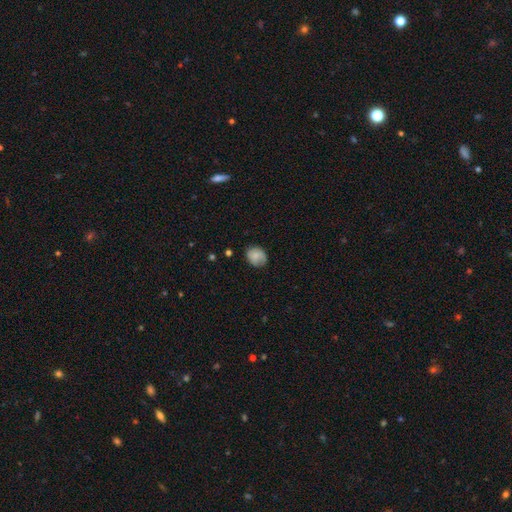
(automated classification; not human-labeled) Morphology: type=smooth (74%); roundness=round (57%); merging=none (67%).